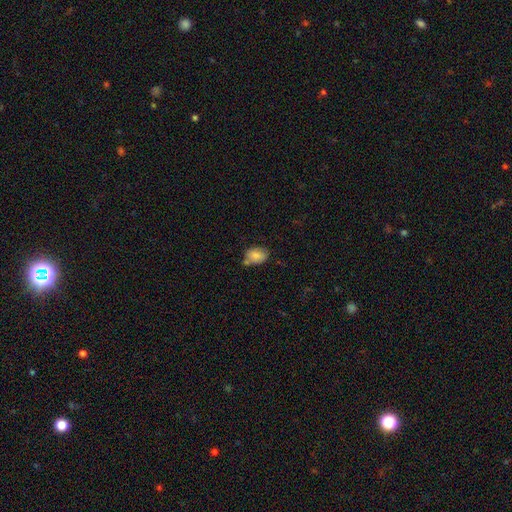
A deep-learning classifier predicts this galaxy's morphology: A smooth galaxy with no disk features (82%) that is in between round and cigar-shaped (77%).

Vote fractions:
- Smooth or featured? smooth: 82% / featured or disk: 9% / star or artifact: 8%
- How rounded? in between: 77% / round: 21% / cigar-shaped: 1%
- Merging? none: 59% / minor disturbance: 24% / merger: 12% / major disturbance: 5%